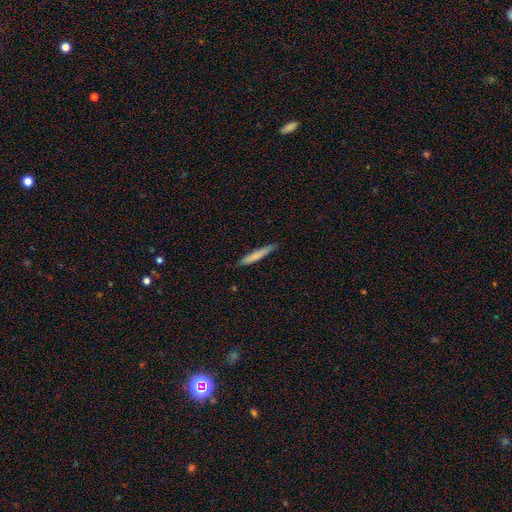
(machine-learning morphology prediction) Smooth or featured?
  - smooth: 72% *
  - featured or disk: 22%
  - star or artifact: 6%
How rounded?
  - cigar-shaped: 95% *
  - in between: 4%
  - round: 1%
Merging?
  - none: 86% *
  - minor disturbance: 11%
  - major disturbance: 2%
  - merger: 1%